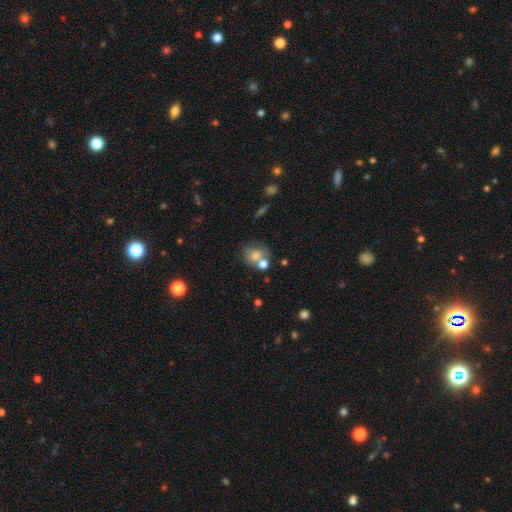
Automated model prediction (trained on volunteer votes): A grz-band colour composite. It shows a smooth galaxy with no disk features (71%) that is round (66%). Merging: none (45%).